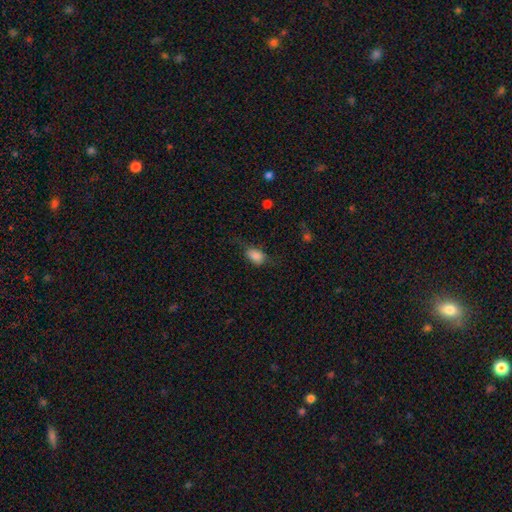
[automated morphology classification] smooth-or-featured: smooth: 82% | star or artifact: 9% | featured or disk: 9%
  how-rounded: in between: 82% | round: 15% | cigar-shaped: 2%
  merging: none: 54% | minor disturbance: 28% | major disturbance: 16% | merger: 2%